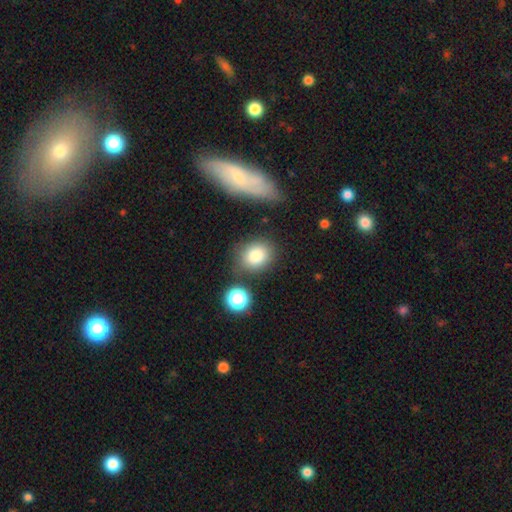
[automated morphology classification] smooth-or-featured: smooth: 83% | star or artifact: 9% | featured or disk: 7%
  how-rounded: round: 58% | in between: 41% | cigar-shaped: 1%
  merging: none: 74% | minor disturbance: 13% | merger: 8% | major disturbance: 5%